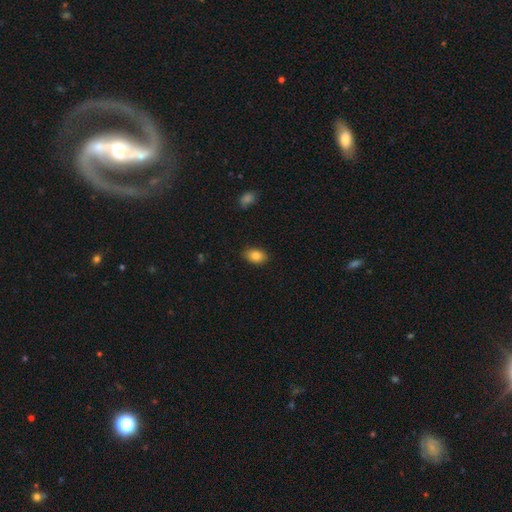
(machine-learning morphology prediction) type=smooth (85%); roundness=in between (85%); merging=none (87%).